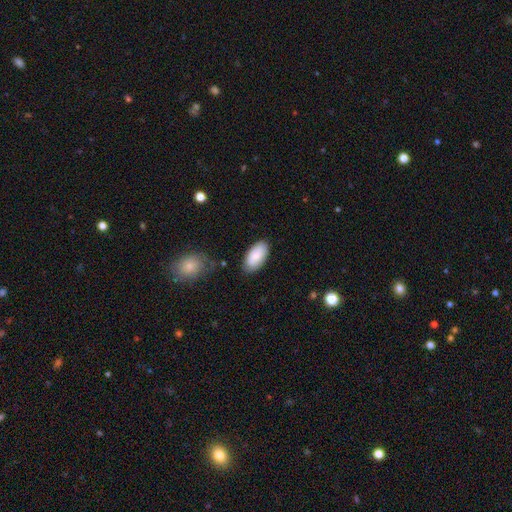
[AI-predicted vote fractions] This appears to be a smooth galaxy with no disk features (85%) that is in between round and cigar-shaped (95%). Merging: none (80%).